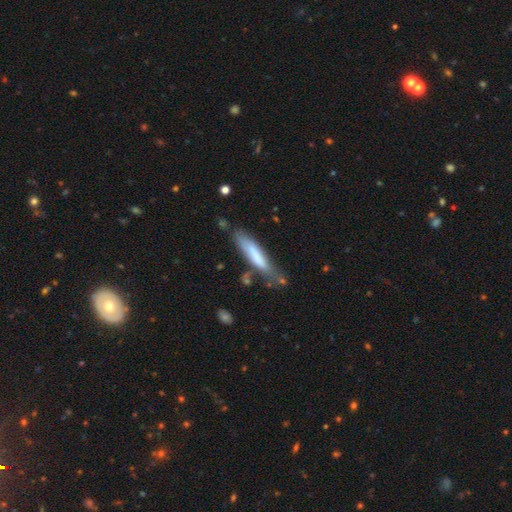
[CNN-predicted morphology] smooth-or-featured: smooth: 68% | featured or disk: 26% | star or artifact: 6%
  how-rounded: cigar-shaped: 83% | in between: 16% | round: 1%
  merging: none: 57% | minor disturbance: 27% | major disturbance: 9% | merger: 7%